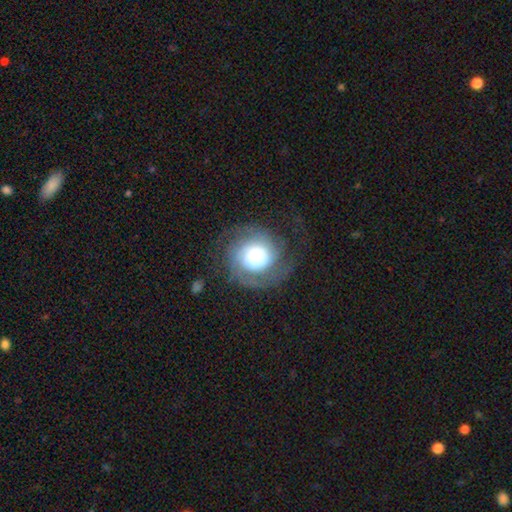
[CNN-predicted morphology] Smooth or featured? featured or disk (67%)
Edge-on disk? no (97%)
Bar? no (77%)
Spiral arms? yes (89%)
Spiral winding? tight (52%)
Spiral arm count? 2 (46%)
Bulge size? moderate (51%)
Merging? none (66%)